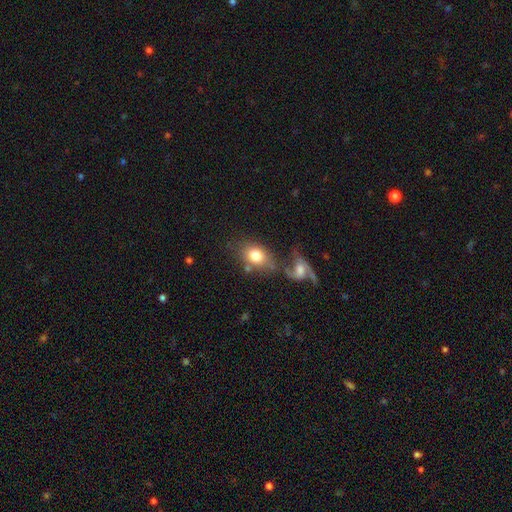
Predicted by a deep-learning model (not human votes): smooth-or-featured: smooth: 76% | featured or disk: 16% | star or artifact: 8%
  how-rounded: in between: 71% | round: 27% | cigar-shaped: 2%
  merging: none: 46% | merger: 30% | minor disturbance: 15% | major disturbance: 9%